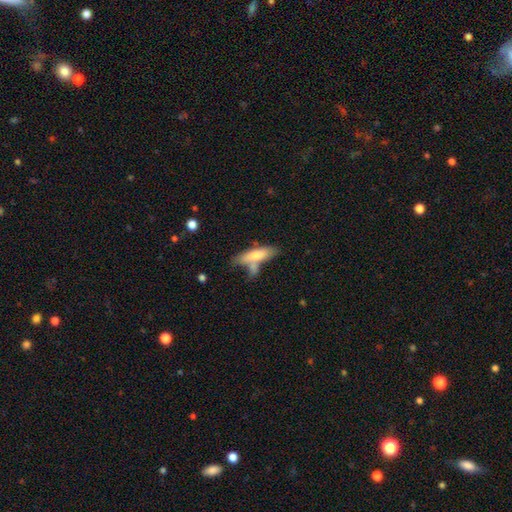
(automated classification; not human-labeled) Overall: smooth (68%). How rounded: cigar-shaped (56%; in between 42%). Merging: none (46%; merger 30%).